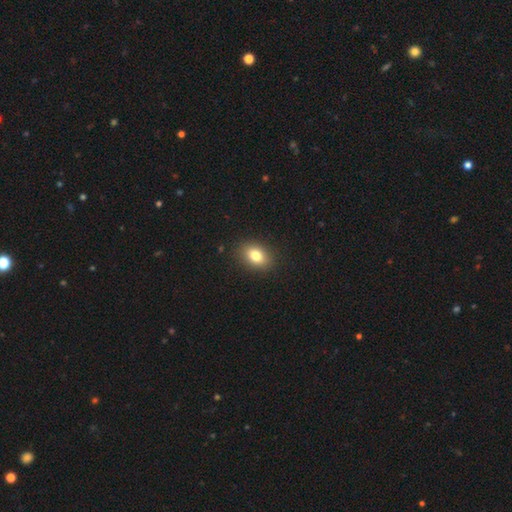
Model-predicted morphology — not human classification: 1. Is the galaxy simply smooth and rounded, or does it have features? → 80% smooth, 10% featured or disk, 10% star or artifact.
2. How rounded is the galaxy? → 76% in between, 23% round, 1% cigar-shaped.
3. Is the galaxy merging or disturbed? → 89% none, 8% minor disturbance, 2% major disturbance, 1% merger.